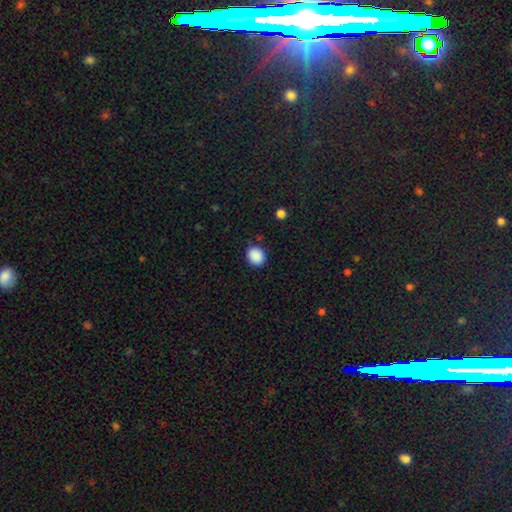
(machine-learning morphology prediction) Overall: smooth (89%). How rounded: round (66%; in between 33%). Merging: none (87%).